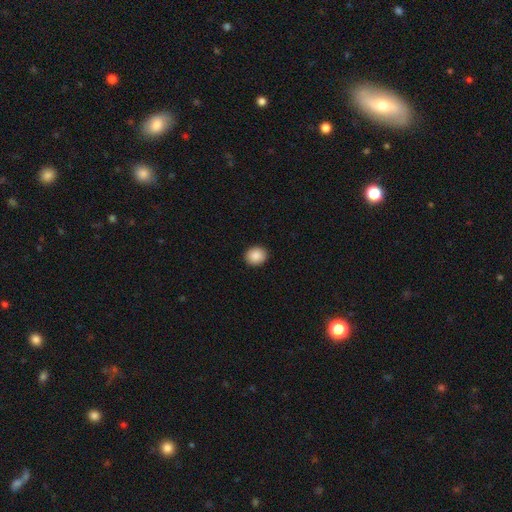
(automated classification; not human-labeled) smooth 89%, star or artifact 8%, featured or disk 3%. Down the decision tree: how rounded — round (77%); merging — none (92%).